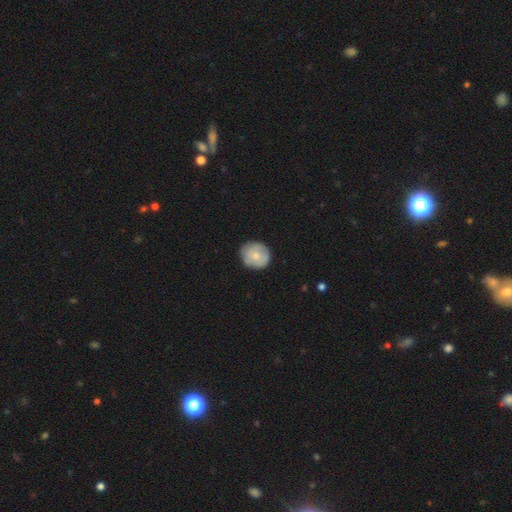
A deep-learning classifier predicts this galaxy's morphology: Smooth or featured: smooth — 70% (featured or disk — 24%)
How rounded: round — 85% (in between — 14%)
Merging: none — 81% (minor disturbance — 15%)